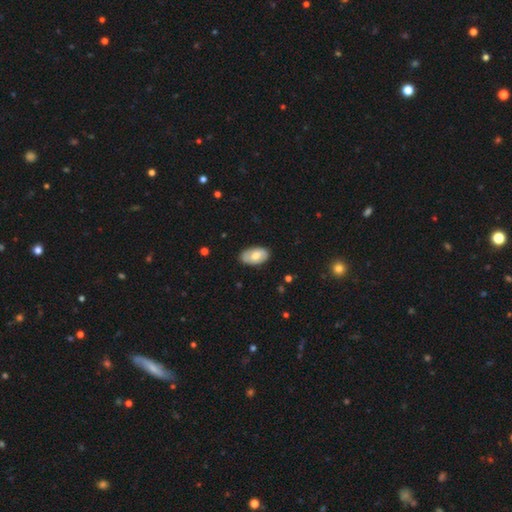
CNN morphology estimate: A smooth galaxy with no disk features (64%) that is in between round and cigar-shaped (94%). Merging: none (81%).